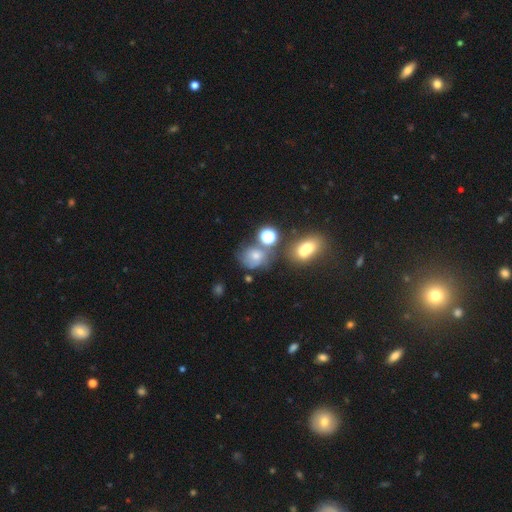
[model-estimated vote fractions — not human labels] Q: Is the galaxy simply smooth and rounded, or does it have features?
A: smooth — 42%.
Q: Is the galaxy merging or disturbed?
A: none — 54%.